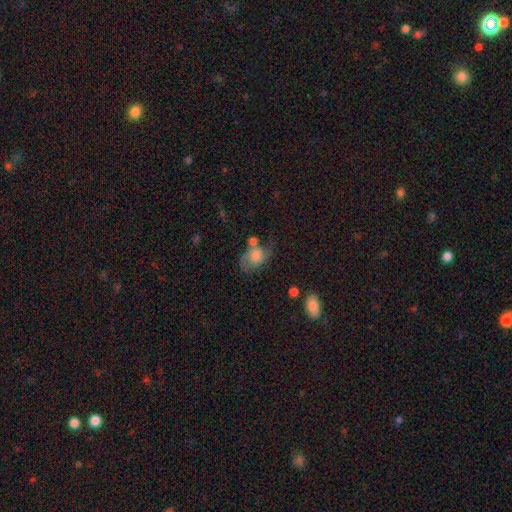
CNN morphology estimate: type=smooth (54%); roundness=in between (72%); merging=none (36%).